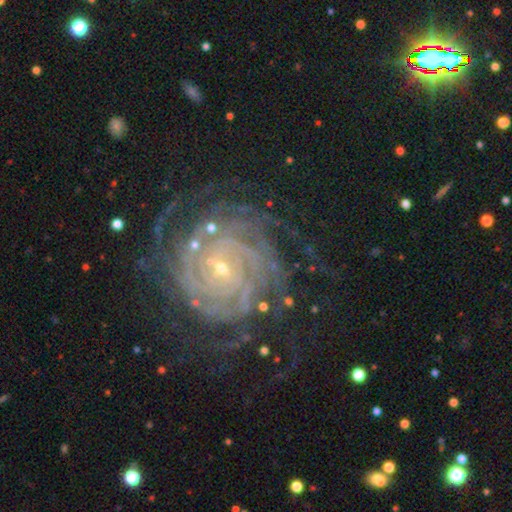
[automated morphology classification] Smooth or featured?
  - featured or disk: 90% *
  - star or artifact: 6%
  - smooth: 4%
Edge-on disk?
  - no: 98% *
  - yes: 2%
Bar?
  - no: 59% *
  - weak: 30%
  - strong: 11%
Spiral arms?
  - yes: 98% *
  - no: 2%
Spiral winding?
  - tight: 83% *
  - medium: 14%
  - loose: 3%
Spiral arm count?
  - more than 4: 25% *
  - can't tell: 24%
  - 4: 19%
  - 3: 12%
  - 2: 12%
  - 1: 8%
Bulge size?
  - small: 83% *
  - moderate: 14%
  - none: 1%
  - large: 1%
  - dominant: 1%
Merging?
  - none: 73% *
  - minor disturbance: 15%
  - major disturbance: 10%
  - merger: 2%